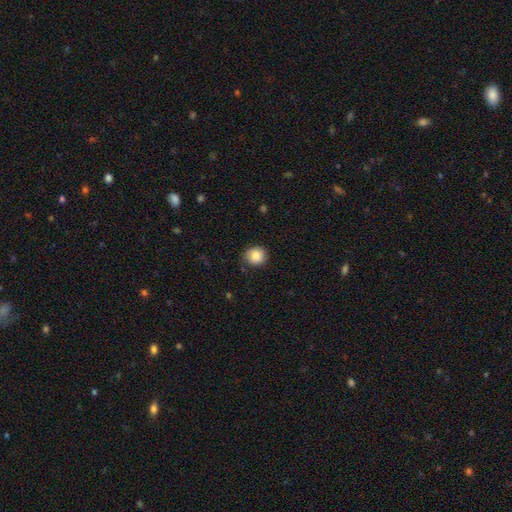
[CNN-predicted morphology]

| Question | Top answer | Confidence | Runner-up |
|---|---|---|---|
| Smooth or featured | smooth | 86% | star or artifact (9%) |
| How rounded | round | 88% | in between (11%) |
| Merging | none | 87% | minor disturbance (10%) |